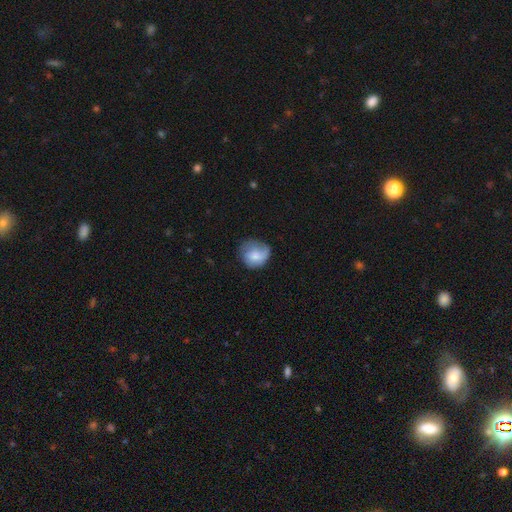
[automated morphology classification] Smooth or featured? Predicted: smooth (p=0.67). How rounded? Predicted: round (p=0.78). Merging? Predicted: none (p=0.56).